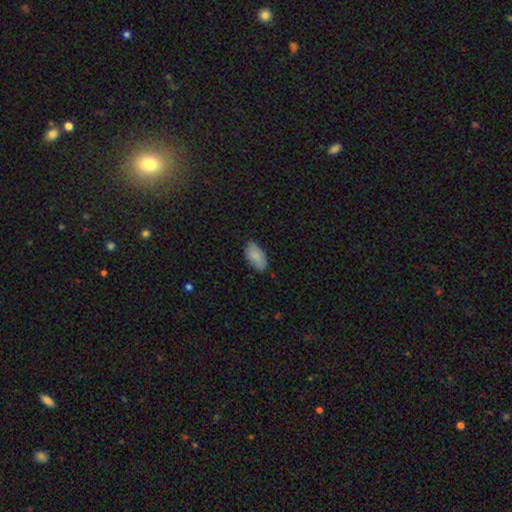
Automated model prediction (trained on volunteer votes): The model was most divided on "merging": none: 80%, minor disturbance: 16%, major disturbance: 3%, merger: 1%. More confident: how rounded — in between (94%); smooth or featured — smooth (85%).